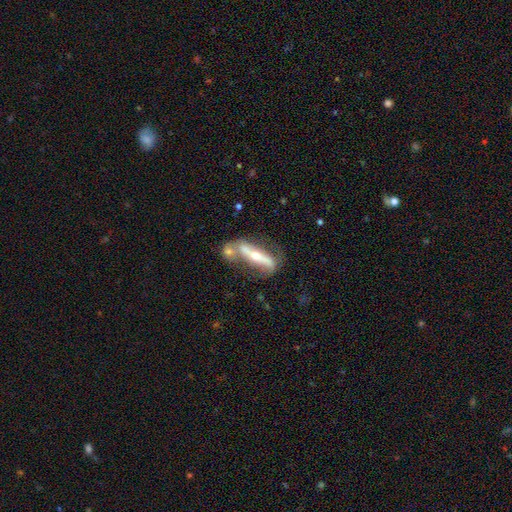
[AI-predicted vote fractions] This is likely a featured or disk galaxy (70%). It is possibly viewed edge-on (54%). Merging: marginally none (42%).